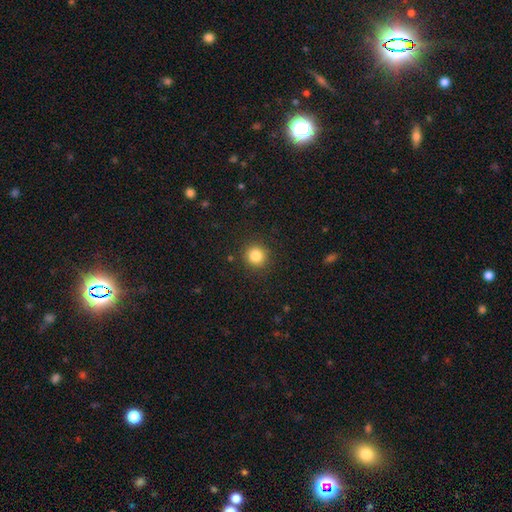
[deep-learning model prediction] Morphology: type=smooth (84%); roundness=round (92%); merging=none (90%).